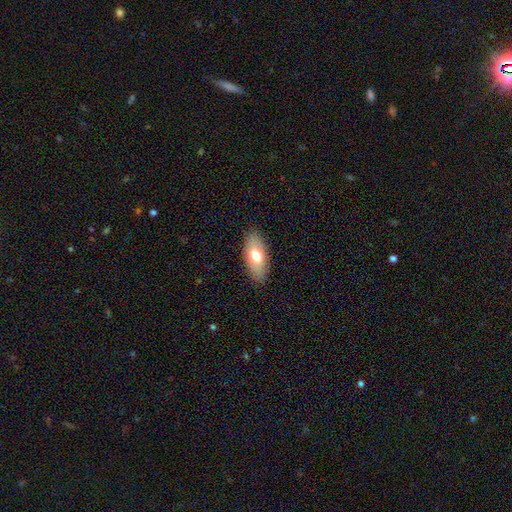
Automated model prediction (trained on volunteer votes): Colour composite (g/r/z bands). It shows a smooth galaxy with no disk features (73%) that is in between round and cigar-shaped (88%). Merging: none (88%).